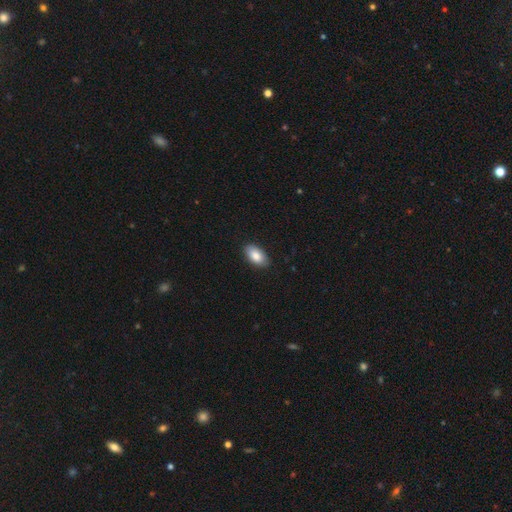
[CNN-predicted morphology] Smooth or featured?
  - smooth: 85% *
  - featured or disk: 9%
  - star or artifact: 6%
How rounded?
  - in between: 94% *
  - round: 3%
  - cigar-shaped: 2%
Merging?
  - none: 87% *
  - minor disturbance: 10%
  - major disturbance: 2%
  - merger: 1%